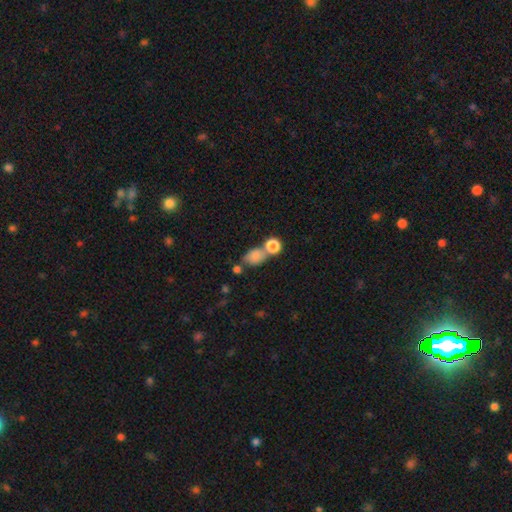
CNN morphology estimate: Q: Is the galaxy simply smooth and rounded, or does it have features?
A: smooth — 78%.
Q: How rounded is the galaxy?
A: in between — 69%.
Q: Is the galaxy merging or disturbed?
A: none — 45%.